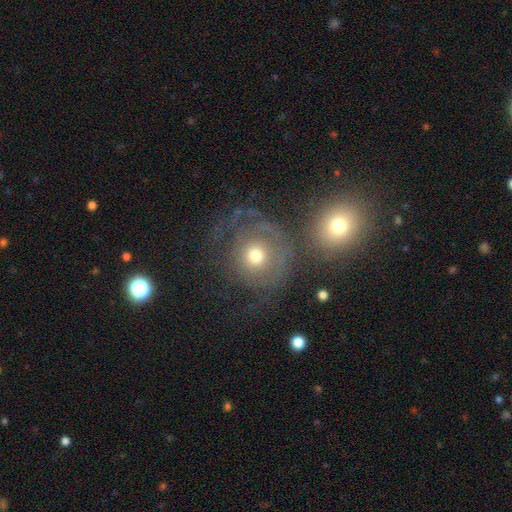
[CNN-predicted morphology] This is marginally a featured or disk galaxy (44%). Merging: possibly none (49%).